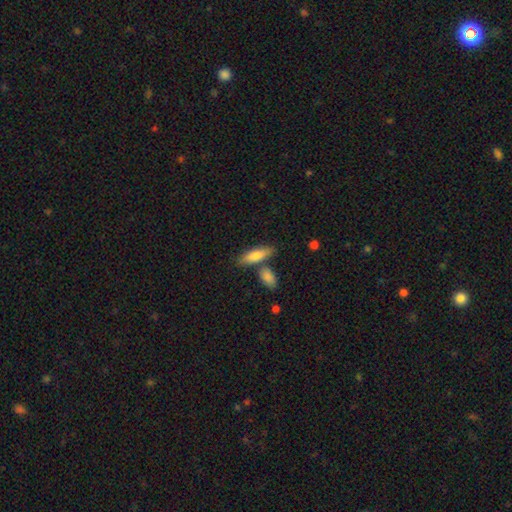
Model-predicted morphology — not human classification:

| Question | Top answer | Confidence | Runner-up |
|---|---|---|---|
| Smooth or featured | smooth | 76% | featured or disk (18%) |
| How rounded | in between | 49% | tied: cigar-shaped (49%) |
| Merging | none | 67% | merger (18%) |